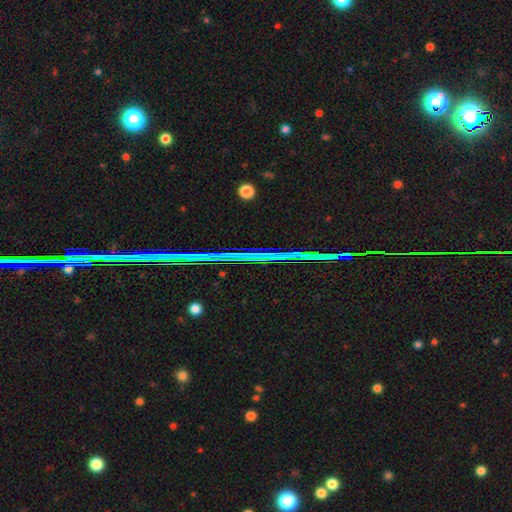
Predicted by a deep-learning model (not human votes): smooth-or-featured: star or artifact: 84% | featured or disk: 10% | smooth: 7%